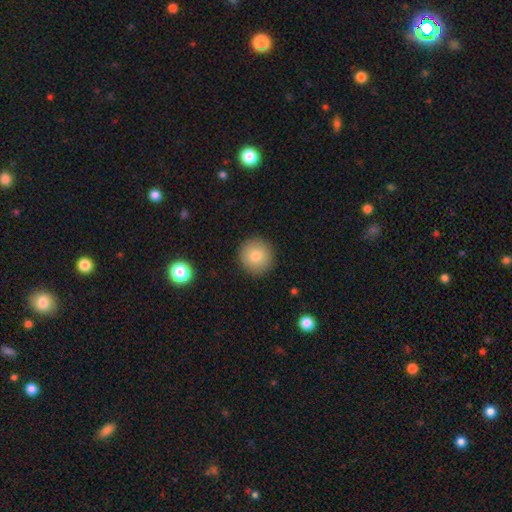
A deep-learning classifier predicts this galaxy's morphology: The model was most divided on "smooth or featured": smooth: 79%, featured or disk: 11%, star or artifact: 10%. More confident: how rounded — round (95%); merging — none (91%).